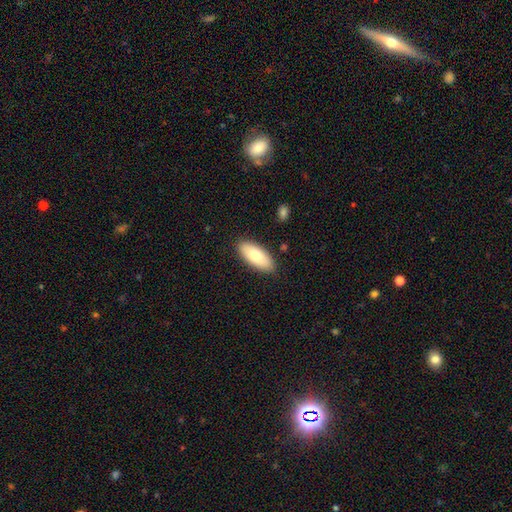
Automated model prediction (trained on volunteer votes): smooth_or_featured: smooth (p=0.79) [alt: featured or disk p=0.15]
how_rounded: in between (p=0.86) [alt: cigar-shaped p=0.12]
merging: none (p=0.87) [alt: minor disturbance p=0.10]